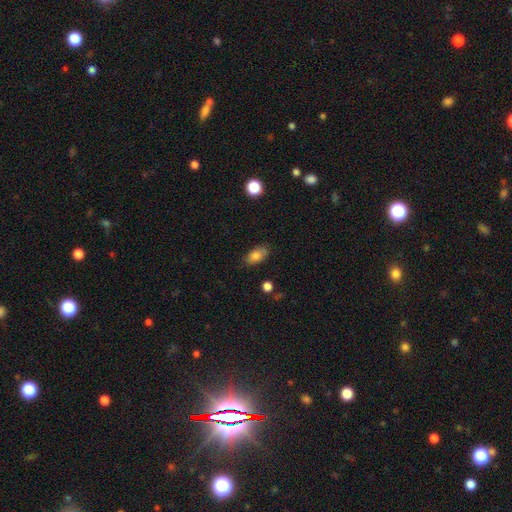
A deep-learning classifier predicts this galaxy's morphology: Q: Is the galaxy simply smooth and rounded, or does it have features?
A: smooth — 80%.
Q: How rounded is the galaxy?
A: in between — 89%.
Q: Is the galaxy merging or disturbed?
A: none — 81%.